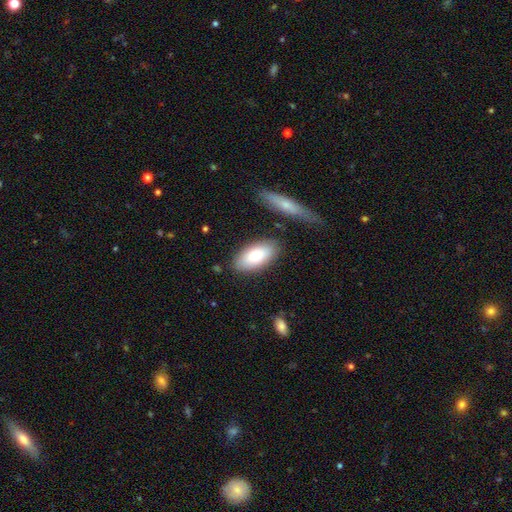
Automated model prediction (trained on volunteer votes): The model was most divided on "smooth or featured": smooth: 73%, featured or disk: 20%, star or artifact: 7%. More confident: how rounded — in between (91%); merging — none (82%).